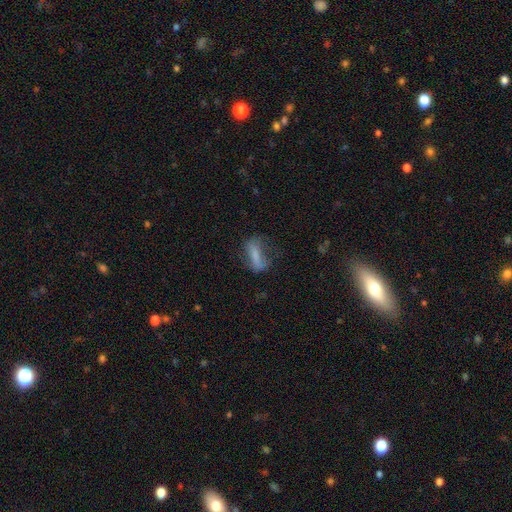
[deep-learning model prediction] A smooth galaxy with no disk features (59%) that is in between round and cigar-shaped (55%).

Vote fractions:
- Smooth or featured? smooth: 59% / featured or disk: 30% / star or artifact: 11%
- How rounded? in between: 55% / cigar-shaped: 40% / round: 5%
- Merging? none: 45% / major disturbance: 26% / minor disturbance: 26% / merger: 3%